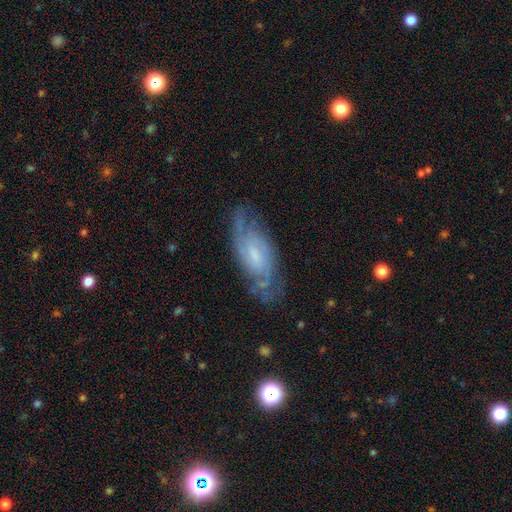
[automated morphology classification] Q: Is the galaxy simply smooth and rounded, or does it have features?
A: featured or disk — 77%.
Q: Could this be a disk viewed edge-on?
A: no — 90%.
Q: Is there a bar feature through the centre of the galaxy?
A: no — 60%.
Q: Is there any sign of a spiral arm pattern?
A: yes — 93%.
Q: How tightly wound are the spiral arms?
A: tight — 48%.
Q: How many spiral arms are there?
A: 2 — 52%.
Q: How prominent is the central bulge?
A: small — 58%.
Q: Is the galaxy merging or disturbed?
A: none — 78%.